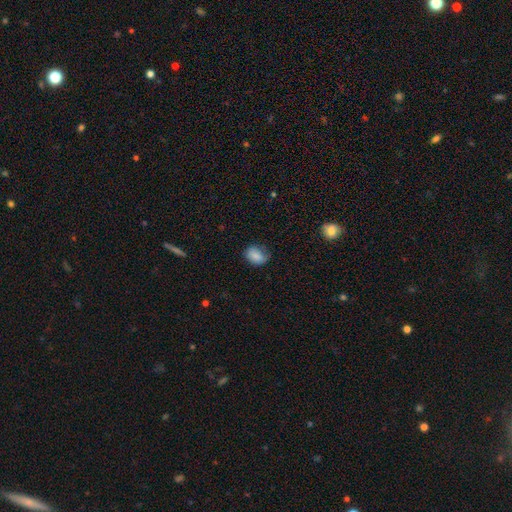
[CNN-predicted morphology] smooth 82%, featured or disk 10%, star or artifact 8%. Down the decision tree: how rounded — in between (67%); merging — none (64%).